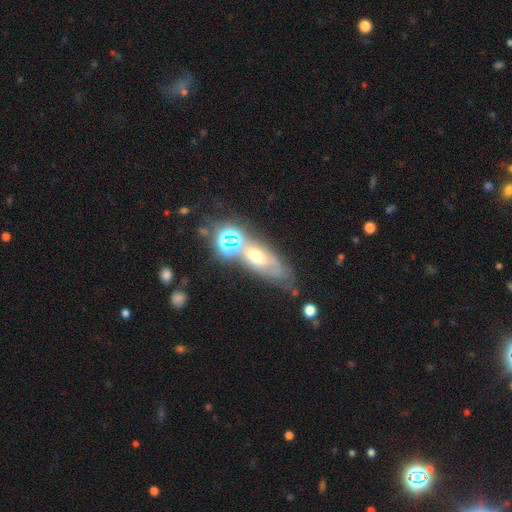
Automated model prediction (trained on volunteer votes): This appears to be a smooth galaxy with no disk features (36%). Merging: none (48%).